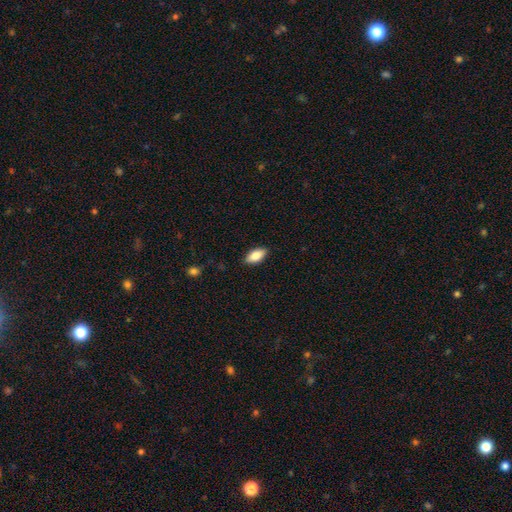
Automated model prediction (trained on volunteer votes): Q: Smooth or featured?
A: smooth (81%); runner-up: featured or disk (12%)
Q: How rounded?
A: in between (89%); runner-up: cigar-shaped (8%)
Q: Merging?
A: none (87%); runner-up: minor disturbance (10%)